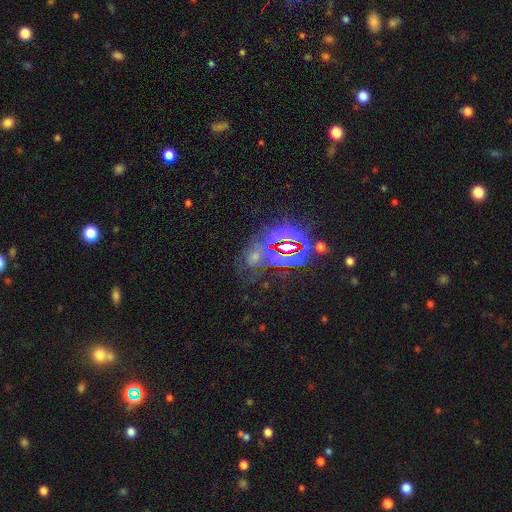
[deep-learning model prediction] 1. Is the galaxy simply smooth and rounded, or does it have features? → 53% star or artifact, 30% smooth, 17% featured or disk.